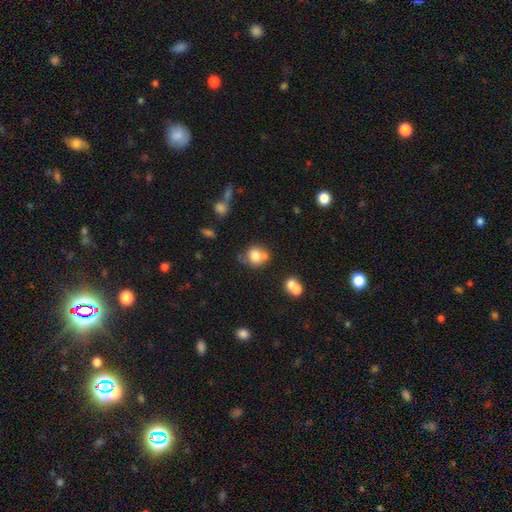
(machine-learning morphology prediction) Smooth or featured?
  - smooth: 76% *
  - featured or disk: 14%
  - star or artifact: 10%
How rounded?
  - round: 71% *
  - in between: 28%
  - cigar-shaped: 1%
Merging?
  - none: 46% *
  - merger: 24%
  - minor disturbance: 21%
  - major disturbance: 8%